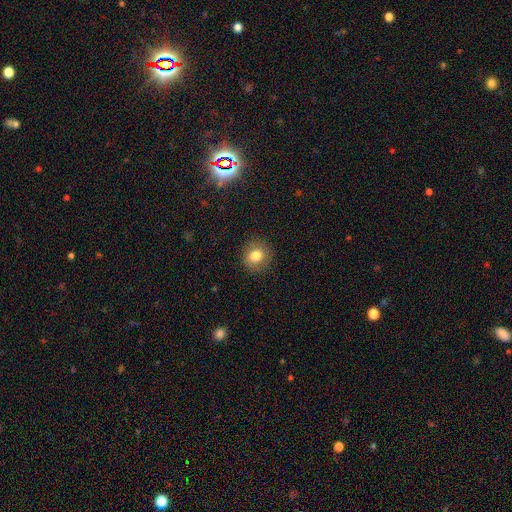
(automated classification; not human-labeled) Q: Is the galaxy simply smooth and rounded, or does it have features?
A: smooth — 81%.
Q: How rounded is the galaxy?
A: round — 85%.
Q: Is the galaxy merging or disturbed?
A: none — 88%.